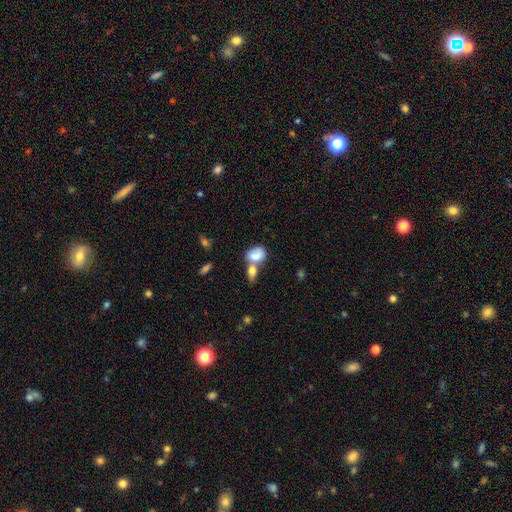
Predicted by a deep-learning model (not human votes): smooth_or_featured: smooth (p=0.79) [alt: featured or disk p=0.14]
how_rounded: in between (p=0.75) [alt: round p=0.24]
merging: merger (p=0.60) [alt: none p=0.25]